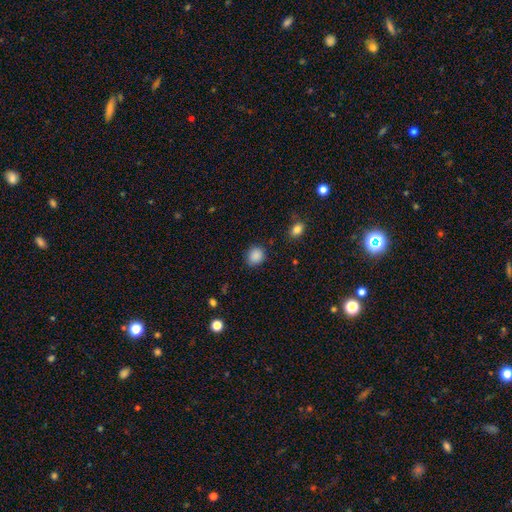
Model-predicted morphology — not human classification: A smooth galaxy with no disk features (88%) that is round (77%). Merging: none (83%).